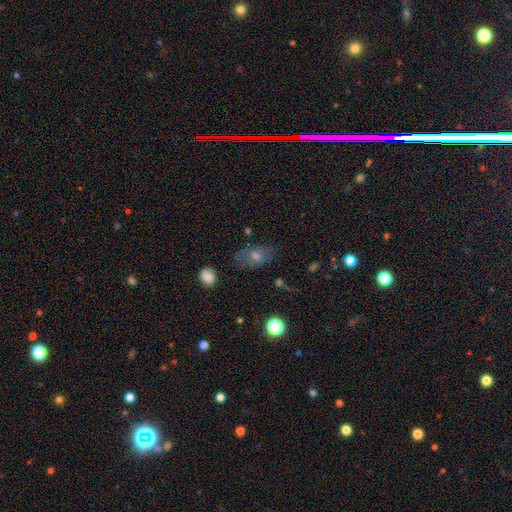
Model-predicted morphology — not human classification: type=smooth (51%); roundness=in between (83%); merging=none (73%).